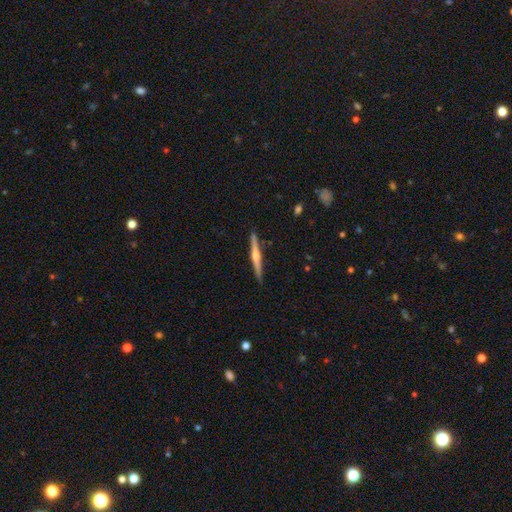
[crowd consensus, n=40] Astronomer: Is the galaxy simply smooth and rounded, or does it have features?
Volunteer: featured or disk — 65%.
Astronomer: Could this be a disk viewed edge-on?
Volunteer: yes — 100%.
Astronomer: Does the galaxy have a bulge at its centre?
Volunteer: rounded — 88%.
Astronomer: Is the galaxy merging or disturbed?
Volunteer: none — 79%.